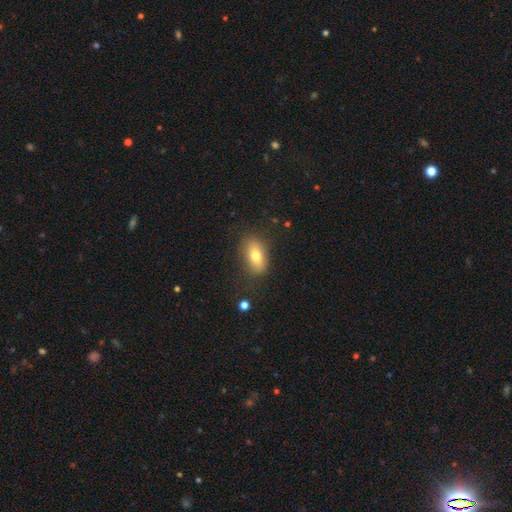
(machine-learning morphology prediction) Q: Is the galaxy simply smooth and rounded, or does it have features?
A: smooth — 74%.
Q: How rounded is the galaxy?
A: in between — 86%.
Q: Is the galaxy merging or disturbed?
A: none — 79%.